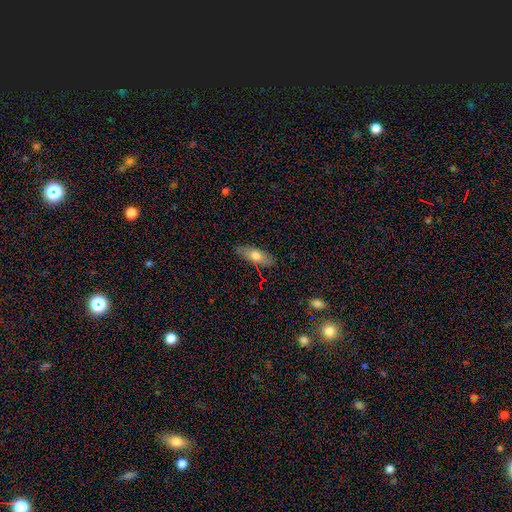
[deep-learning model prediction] smooth 67%, featured or disk 26%, star or artifact 7%. Down the decision tree: how rounded — in between (70%); merging — none (83%).